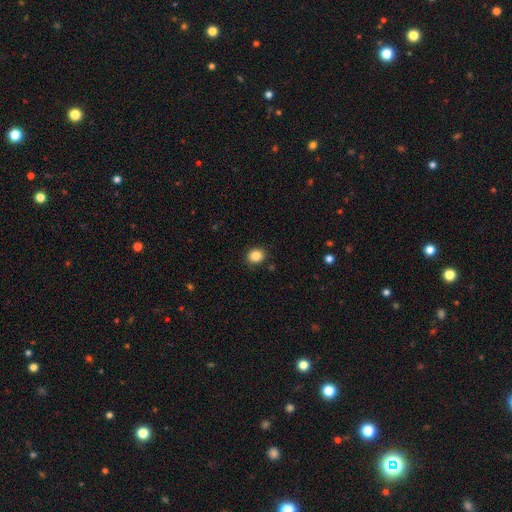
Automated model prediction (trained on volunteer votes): Overall: smooth (86%). How rounded: round (73%). Merging: none (89%).